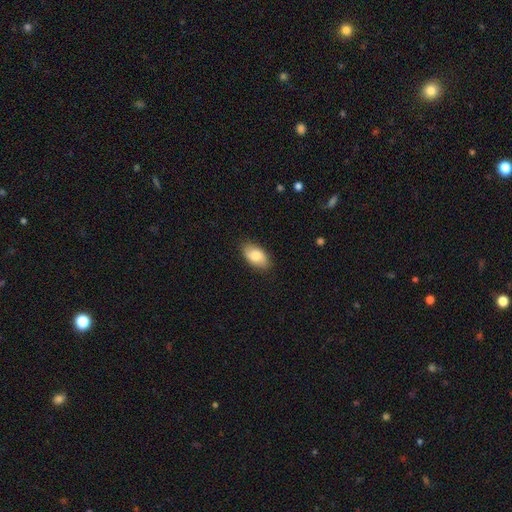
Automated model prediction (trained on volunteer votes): This is likely a smooth galaxy (76%). How rounded: clearly in between (94%). Merging: clearly none (84%).